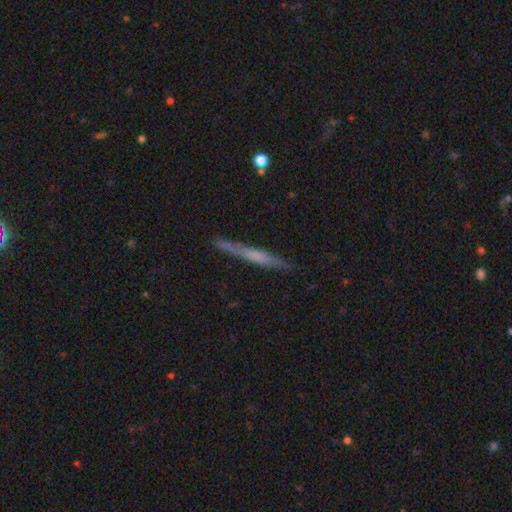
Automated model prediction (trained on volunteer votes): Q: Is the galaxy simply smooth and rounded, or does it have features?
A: featured or disk — 48%.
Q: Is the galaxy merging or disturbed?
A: none — 83%.